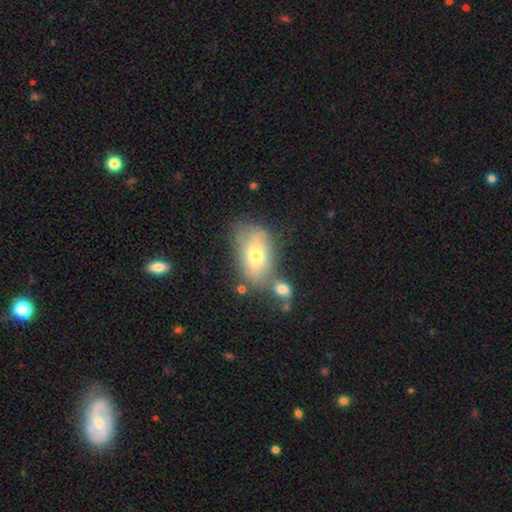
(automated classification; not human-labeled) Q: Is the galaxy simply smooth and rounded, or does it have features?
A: smooth — 60%.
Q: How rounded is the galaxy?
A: in between — 86%.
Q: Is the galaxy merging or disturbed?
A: none — 46%.